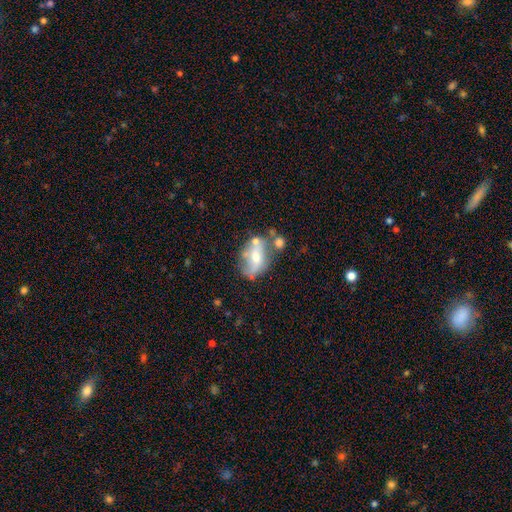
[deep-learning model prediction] Morphology: type=featured or disk (51%); edge-on=no (93%); merging=none (40%).